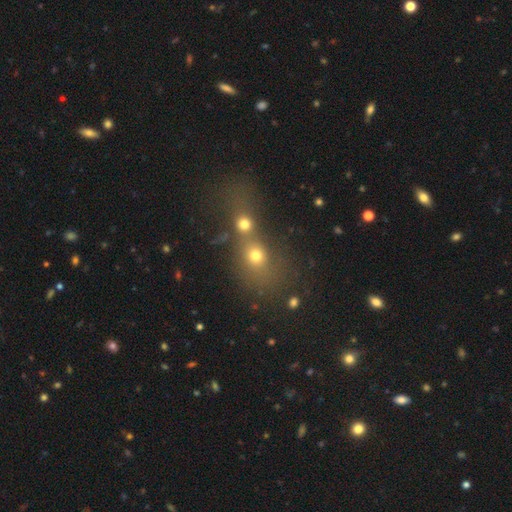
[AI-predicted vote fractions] smooth 64%, star or artifact 20%, featured or disk 16%. Down the decision tree: how rounded — round (62%); merging — merger (62%).